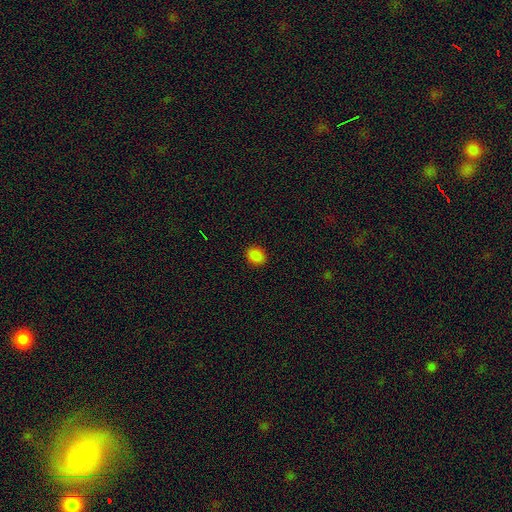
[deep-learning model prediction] smooth 85%, star or artifact 12%, featured or disk 3%. Down the decision tree: how rounded — round (55%); merging — none (91%).